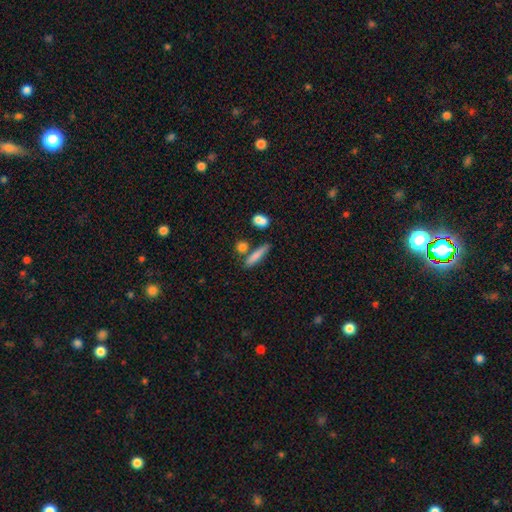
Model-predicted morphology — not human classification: This appears to be a smooth galaxy with no disk features (78%) that is cigar-shaped (80%). Merging: none (72%).